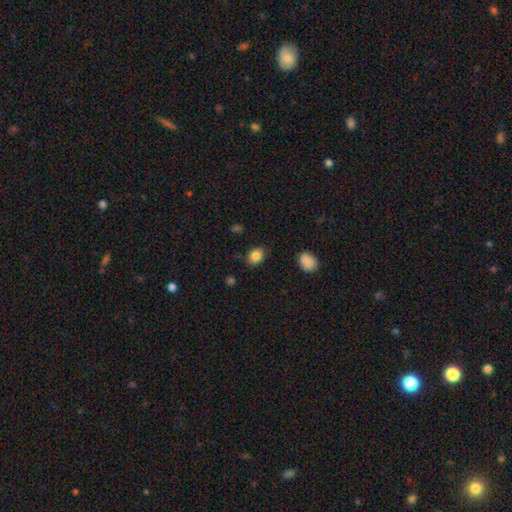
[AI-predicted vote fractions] Smooth or featured: smooth — 85% (star or artifact — 10%)
How rounded: in between — 56% (round — 43%)
Merging: none — 85% (minor disturbance — 11%)